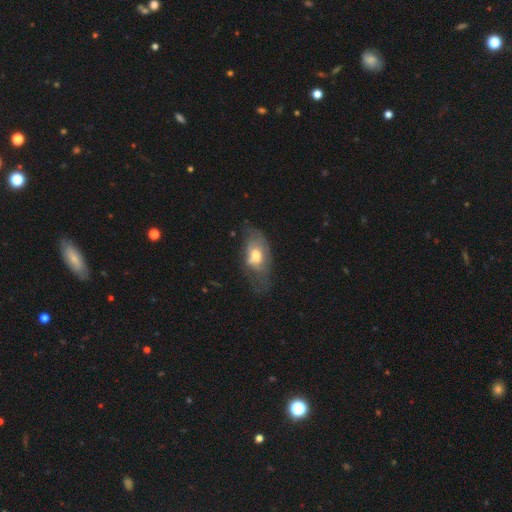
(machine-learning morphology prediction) This appears to be a smooth galaxy with no disk features (50%) that is in between round and cigar-shaped (90%). Merging: none (34%).